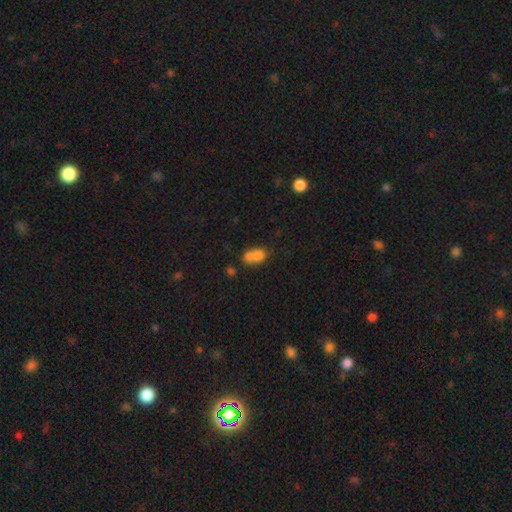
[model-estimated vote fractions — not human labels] smooth_or_featured: smooth (p=0.72) [alt: featured or disk p=0.17]
how_rounded: round (p=0.52) [alt: in between p=0.46]
merging: merger (p=0.63) [alt: none p=0.25]